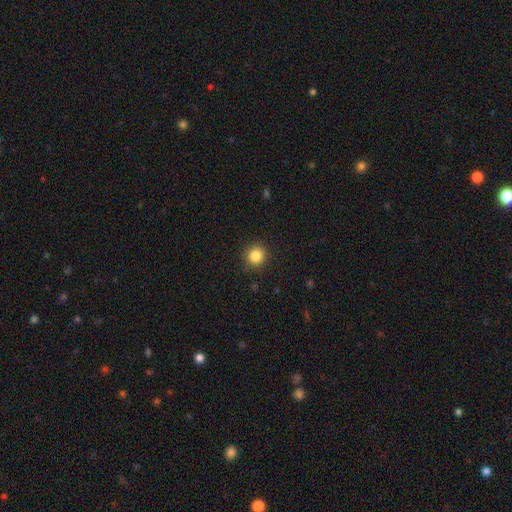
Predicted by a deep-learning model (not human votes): This appears to be a smooth galaxy with no disk features (84%) that is round (92%). Merging: none (91%).